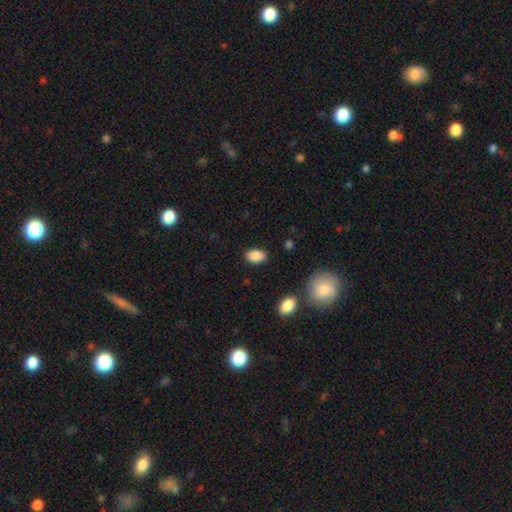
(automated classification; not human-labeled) Q: Smooth or featured?
A: smooth (88%); runner-up: star or artifact (8%)
Q: How rounded?
A: in between (90%); runner-up: round (8%)
Q: Merging?
A: none (86%); runner-up: minor disturbance (10%)